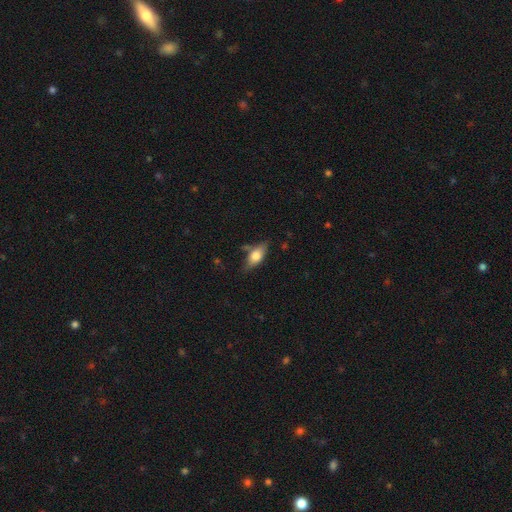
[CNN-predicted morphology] This is likely a smooth galaxy (61%). How rounded: likely in between (77%). Merging: likely none (64%).